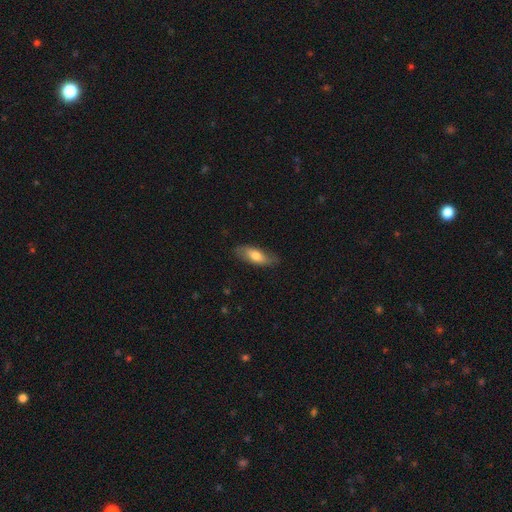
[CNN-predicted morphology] Smooth or featured: smooth — 66% (featured or disk — 28%)
How rounded: in between — 71% (cigar-shaped — 27%)
Merging: none — 77% (minor disturbance — 18%)